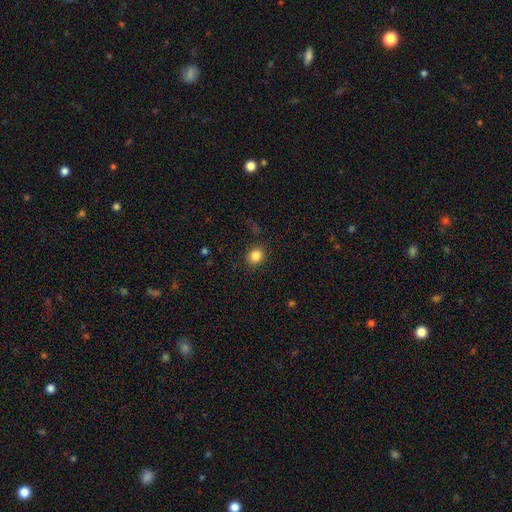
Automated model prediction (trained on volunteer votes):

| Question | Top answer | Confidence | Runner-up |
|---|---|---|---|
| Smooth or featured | smooth | 85% | star or artifact (11%) |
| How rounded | round | 68% | in between (31%) |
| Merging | none | 87% | minor disturbance (9%) |